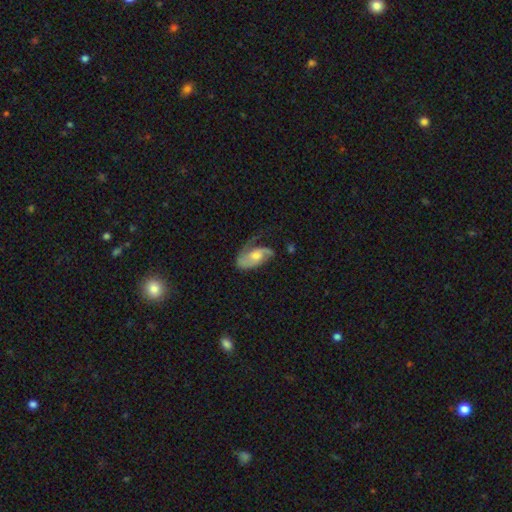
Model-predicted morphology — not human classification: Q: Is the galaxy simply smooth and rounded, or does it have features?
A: featured or disk — 62%.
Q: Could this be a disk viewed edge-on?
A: no — 93%.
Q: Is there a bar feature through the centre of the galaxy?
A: no — 68%.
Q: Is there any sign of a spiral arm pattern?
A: yes — 85%.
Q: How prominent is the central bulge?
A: moderate — 61%.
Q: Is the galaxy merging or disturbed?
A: none — 44%.